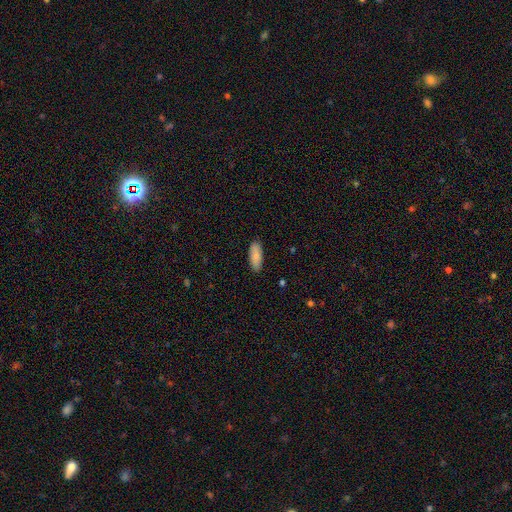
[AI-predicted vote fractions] Morphology: type=smooth (84%); roundness=in between (77%); merging=none (87%).